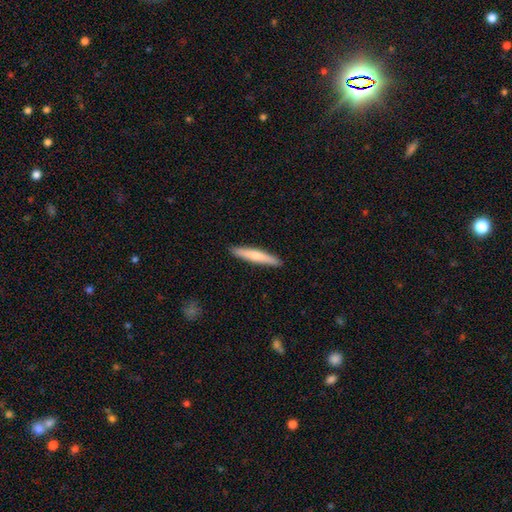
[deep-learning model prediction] A smooth galaxy with no disk features (70%) that is cigar-shaped (94%).

Vote fractions:
- Smooth or featured? smooth: 70% / featured or disk: 26% / star or artifact: 5%
- How rounded? cigar-shaped: 94% / in between: 5% / round: 1%
- Merging? none: 91% / minor disturbance: 6% / major disturbance: 1% / merger: 1%